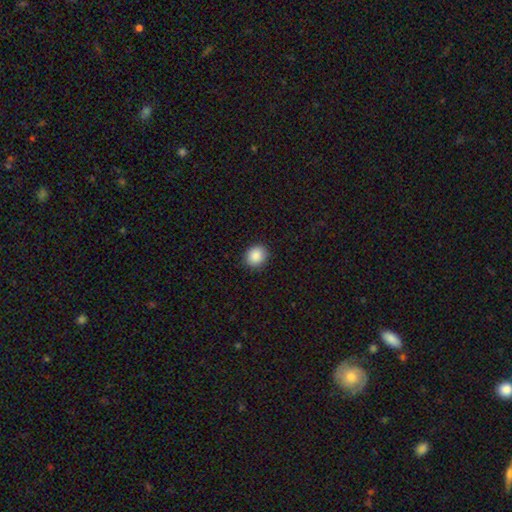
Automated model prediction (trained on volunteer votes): Smooth or featured: smooth — 88% (star or artifact — 8%)
How rounded: round — 78% (in between — 22%)
Merging: none — 90% (minor disturbance — 7%)